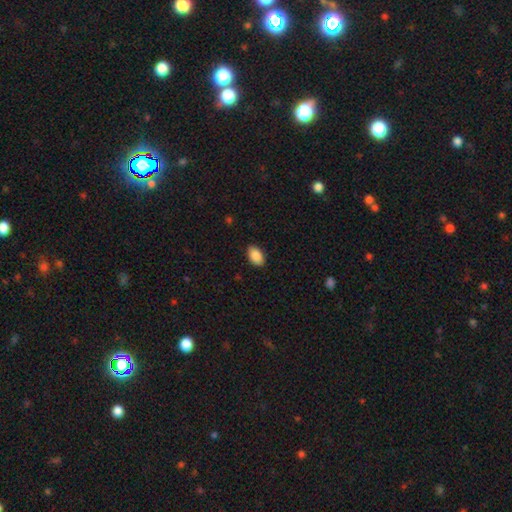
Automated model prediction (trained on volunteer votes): smooth-or-featured: smooth: 89% | star or artifact: 7% | featured or disk: 4%
  how-rounded: in between: 91% | round: 7% | cigar-shaped: 1%
  merging: none: 89% | minor disturbance: 8% | major disturbance: 2% | merger: 1%